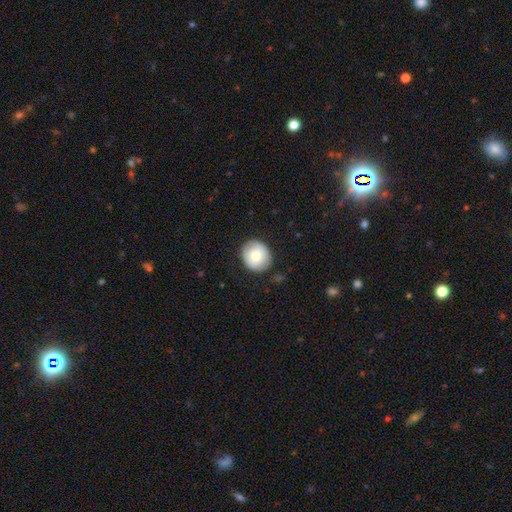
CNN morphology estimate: type=smooth (71%); roundness=round (81%); merging=none (83%).